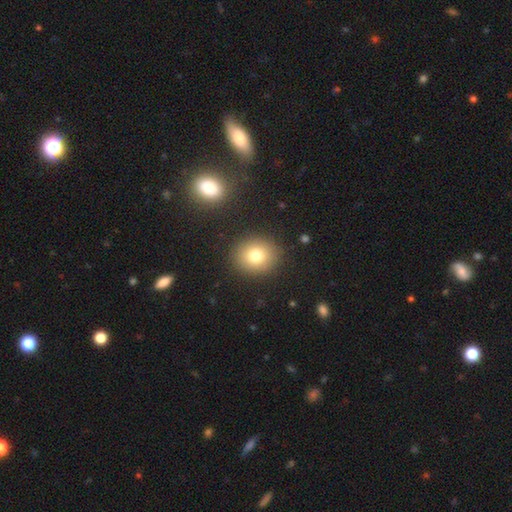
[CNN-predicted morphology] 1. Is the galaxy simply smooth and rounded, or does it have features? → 78% smooth, 12% star or artifact, 10% featured or disk.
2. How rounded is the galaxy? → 74% round, 25% in between, 1% cigar-shaped.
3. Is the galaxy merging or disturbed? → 89% none, 7% minor disturbance, 3% major disturbance, 2% merger.